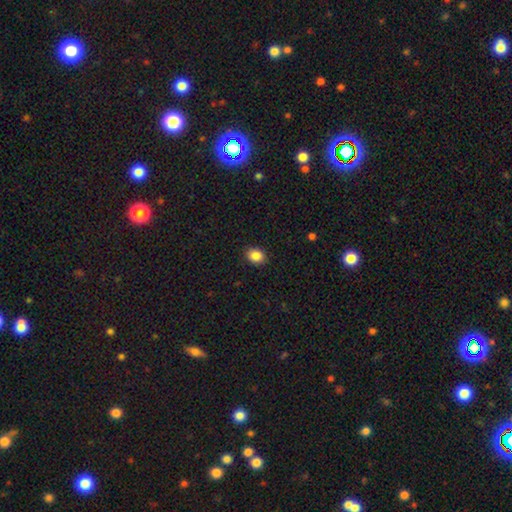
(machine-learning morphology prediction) Smooth or featured? Predicted: smooth (p=0.87). How rounded? Predicted: in between (p=0.60). Merging? Predicted: none (p=0.90).